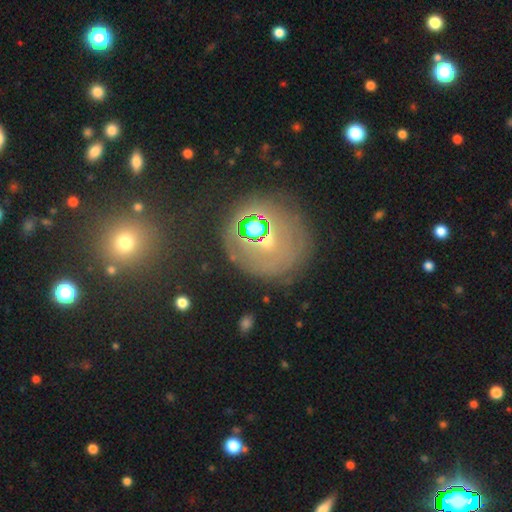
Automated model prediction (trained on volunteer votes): The model was most divided on "smooth or featured": star or artifact: 42%, smooth: 31%, featured or disk: 27%.